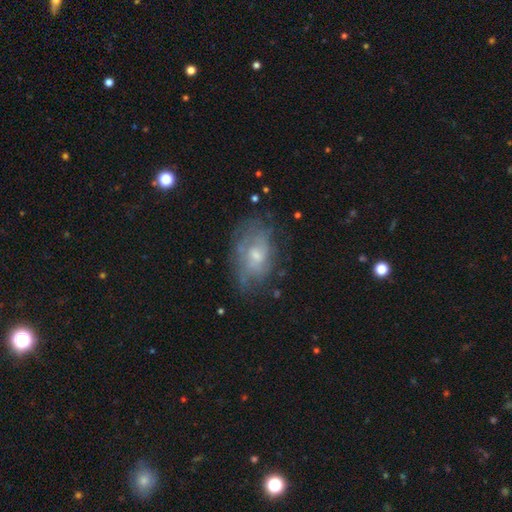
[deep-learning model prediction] Smooth or featured? Predicted: featured or disk (p=0.59). Edge-on disk? Predicted: no (p=0.95). Bar? Predicted: no (p=0.73). Spiral arms? Predicted: yes (p=0.58). Bulge size? Predicted: small (p=0.47). Merging? Predicted: none (p=0.60).